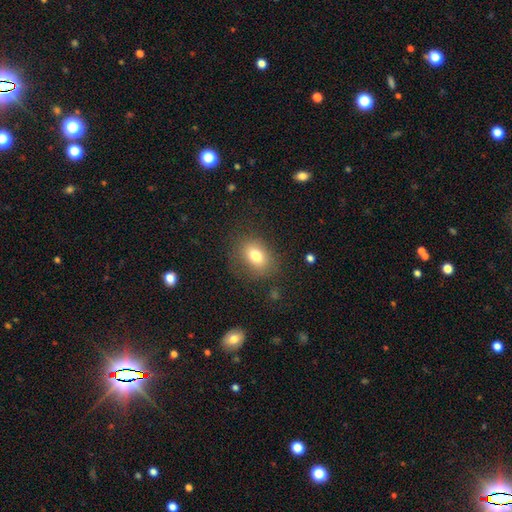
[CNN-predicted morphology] This is likely a smooth galaxy (77%). How rounded: likely in between (64%). Merging: likely none (77%).